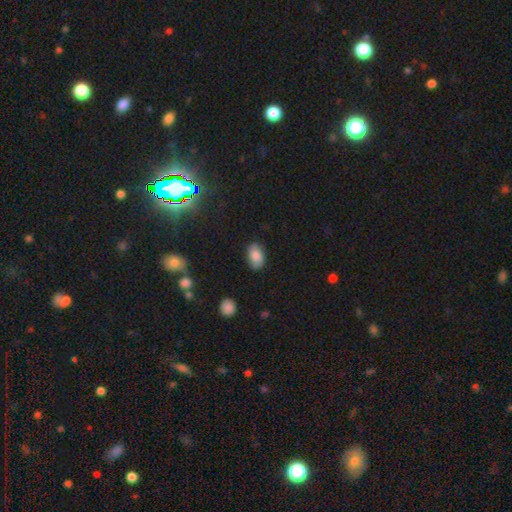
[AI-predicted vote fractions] smooth 81%, featured or disk 10%, star or artifact 8%. Down the decision tree: how rounded — in between (90%); merging — none (81%).